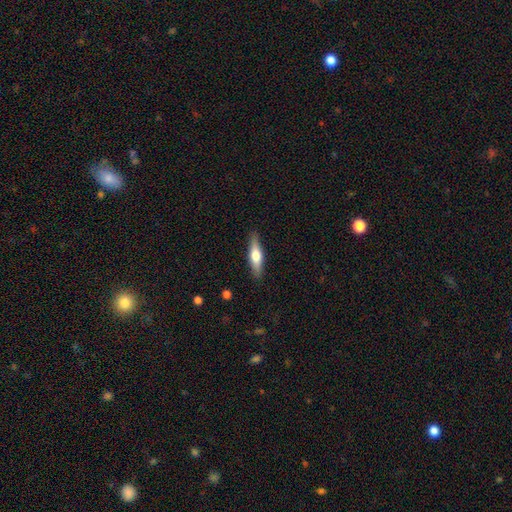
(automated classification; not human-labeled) A smooth galaxy with no disk features (50%). Merging: none (88%).